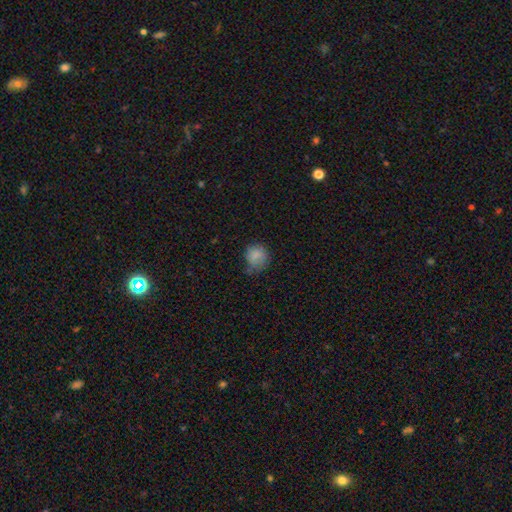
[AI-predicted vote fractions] The model was most divided on "merging": none: 50%, minor disturbance: 34%, major disturbance: 13%, merger: 3%. More confident: smooth or featured — smooth (83%); how rounded — round (80%).